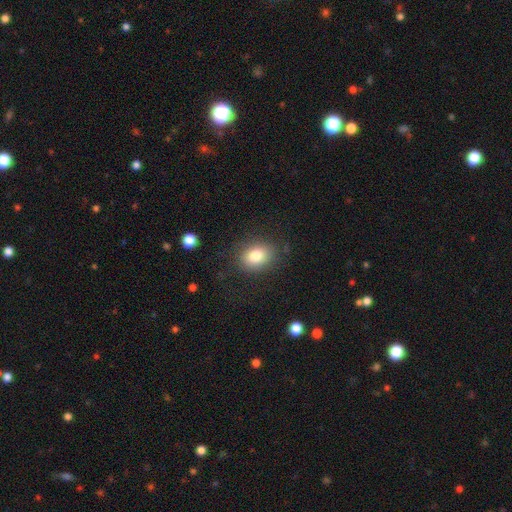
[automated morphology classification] This appears to be a smooth galaxy with no disk features (82%) that is in between round and cigar-shaped (63%). Merging: none (83%).